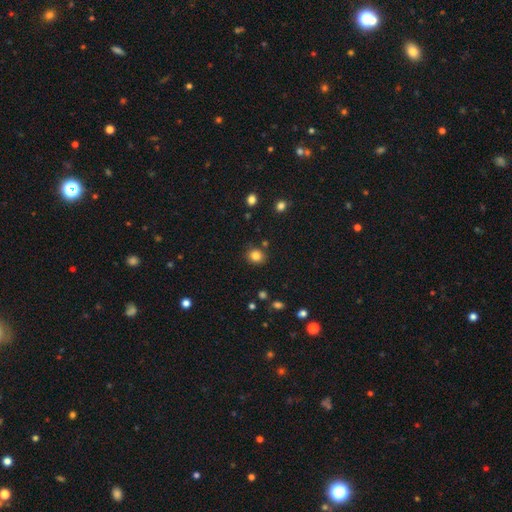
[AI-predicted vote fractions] smooth_or_featured: smooth (p=0.83) [alt: star or artifact p=0.12]
how_rounded: round (p=0.77) [alt: in between p=0.22]
merging: none (p=0.84) [alt: minor disturbance p=0.09]